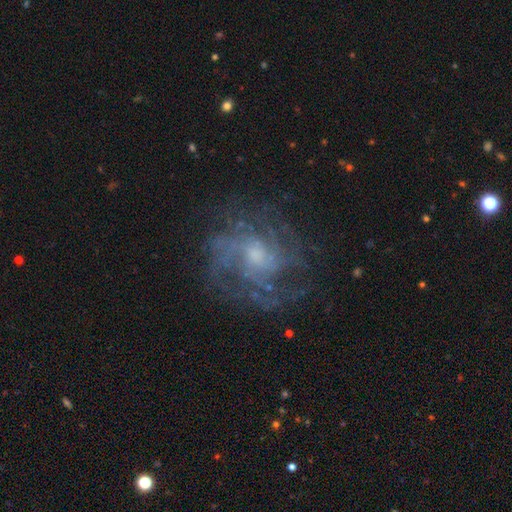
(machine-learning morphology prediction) smooth-or-featured: featured or disk: 80% | smooth: 11% | star or artifact: 10%
  disk-edge-on: no: 97% | yes: 3%
    bar: no: 72% | weak: 25% | strong: 4%
    has-spiral-arms: yes: 89% | no: 11%
      spiral-winding: tight: 46% | medium: 40% | loose: 14%
      spiral-arm-count: can't tell: 38% | 3: 18% | 4: 16% | 2: 12% | more than 4: 10% | 1: 6%
    bulge-size: small: 47% | moderate: 41% | none: 7% | large: 4% | dominant: 1%
  merging: none: 69% | minor disturbance: 16% | major disturbance: 13% | merger: 1%